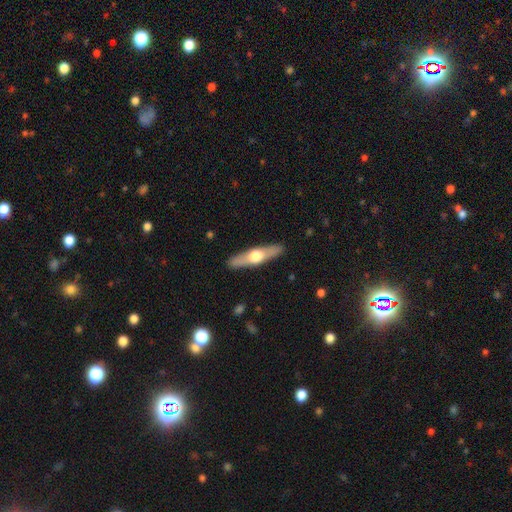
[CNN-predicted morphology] Overall: featured or disk (57%; smooth 38%). Edge-on disk: yes (92%). Edge-on bulge: rounded (95%). Merging: none (89%).